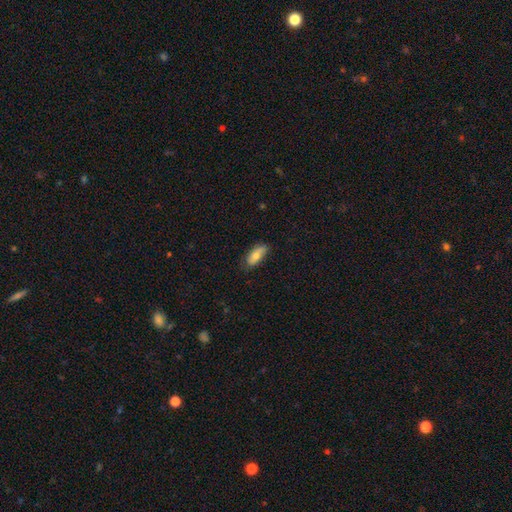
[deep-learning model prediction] Smooth or featured? Predicted: smooth (p=0.77). How rounded? Predicted: in between (p=0.81). Merging? Predicted: none (p=0.76).